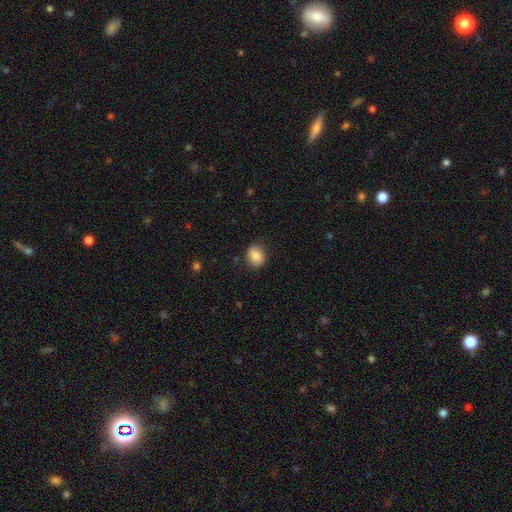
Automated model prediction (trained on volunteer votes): Smooth or featured?
  - smooth: 84% *
  - star or artifact: 9%
  - featured or disk: 7%
How rounded?
  - round: 60% *
  - in between: 39%
  - cigar-shaped: 1%
Merging?
  - none: 82% *
  - minor disturbance: 13%
  - major disturbance: 3%
  - merger: 1%